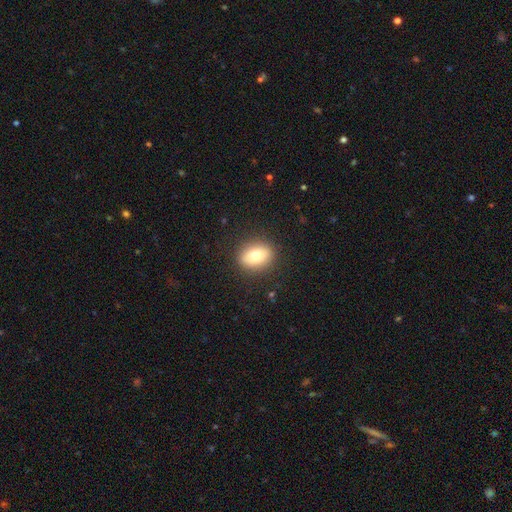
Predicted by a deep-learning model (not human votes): This appears to be a smooth galaxy with no disk features (76%) that is in between round and cigar-shaped (65%). Merging: none (87%).